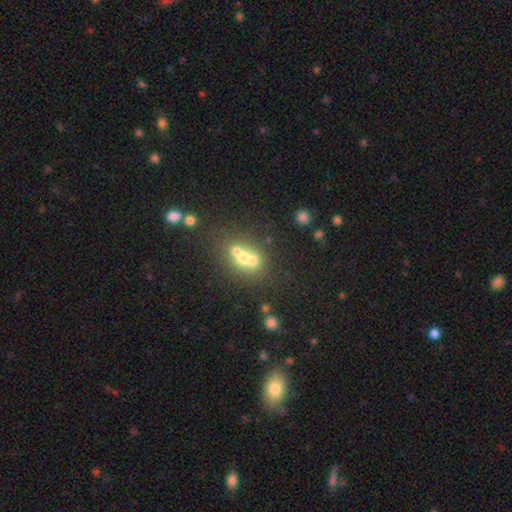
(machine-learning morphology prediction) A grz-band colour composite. It shows a smooth galaxy with no disk features (52%) that is in between round and cigar-shaped (51%). Merging: merger (46%).